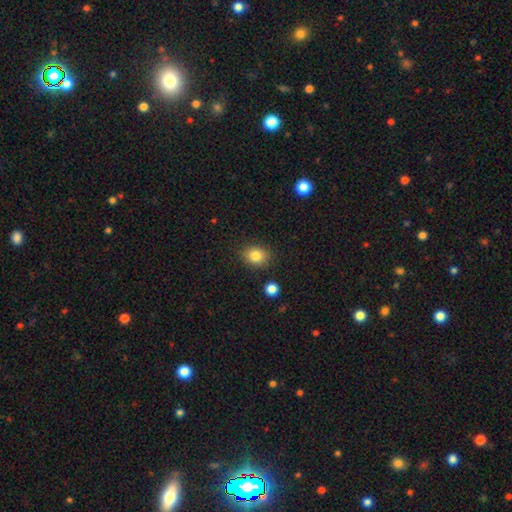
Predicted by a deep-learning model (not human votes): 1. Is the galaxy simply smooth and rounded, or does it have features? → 83% smooth, 10% star or artifact, 6% featured or disk.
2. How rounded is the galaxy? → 60% round, 39% in between, 1% cigar-shaped.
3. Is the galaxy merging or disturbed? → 86% none, 9% minor disturbance, 3% major disturbance, 2% merger.